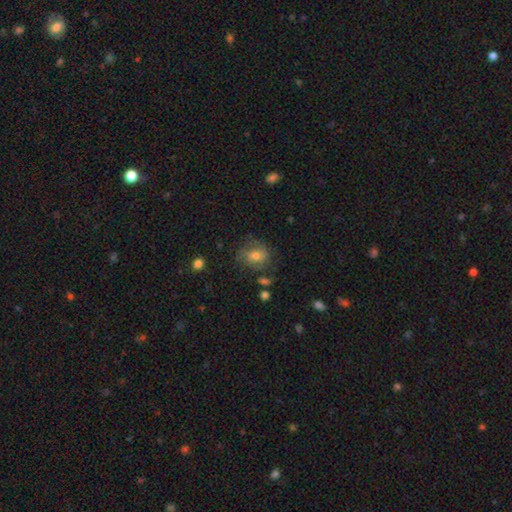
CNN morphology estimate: This appears to be a featured or disk galaxy (45%). Merging: none (62%).